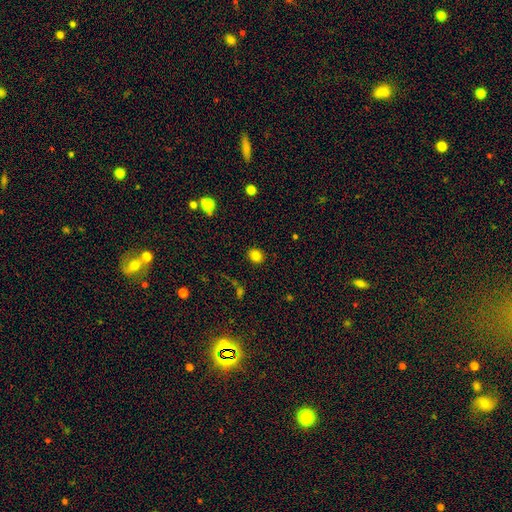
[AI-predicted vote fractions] Smooth or featured: smooth — 83% (star or artifact — 12%)
How rounded: round — 72% (in between — 27%)
Merging: none — 89% (minor disturbance — 7%)